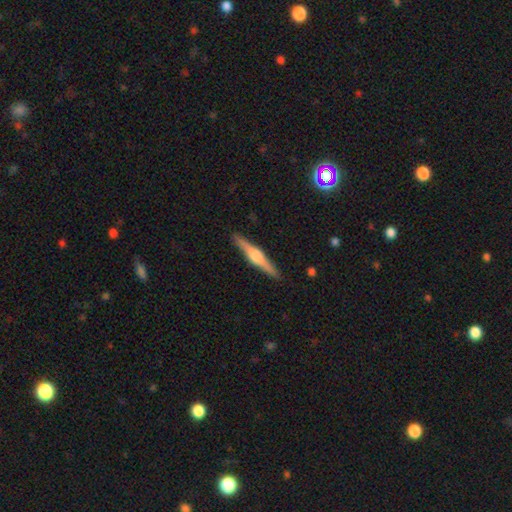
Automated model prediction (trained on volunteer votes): Morphology: type=featured or disk (75%); edge-on=yes (98%); edge-on bulge=rounded (88%); merging=none (92%).